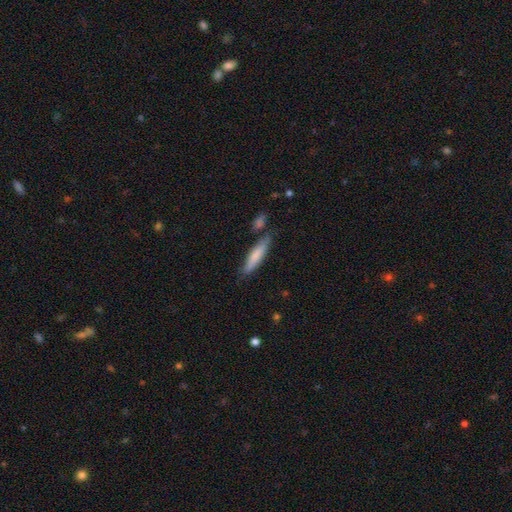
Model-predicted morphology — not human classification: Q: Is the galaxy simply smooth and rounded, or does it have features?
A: smooth — 74%.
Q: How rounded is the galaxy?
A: cigar-shaped — 82%.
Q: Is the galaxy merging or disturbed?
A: none — 73%.